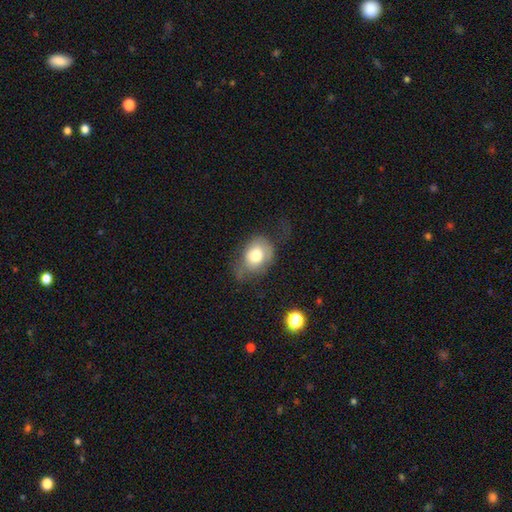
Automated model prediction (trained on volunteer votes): The model was most divided on "merging": none: 38%, minor disturbance: 32%, major disturbance: 28%, merger: 3%. More confident: smooth or featured — smooth (71%); how rounded — in between (57%).